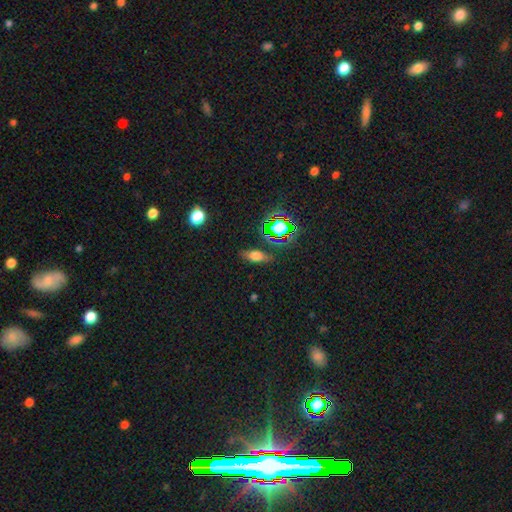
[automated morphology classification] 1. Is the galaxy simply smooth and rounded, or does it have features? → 62% smooth, 22% star or artifact, 17% featured or disk.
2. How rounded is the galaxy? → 71% in between, 19% cigar-shaped, 10% round.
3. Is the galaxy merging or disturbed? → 78% none, 14% minor disturbance, 5% major disturbance, 3% merger.